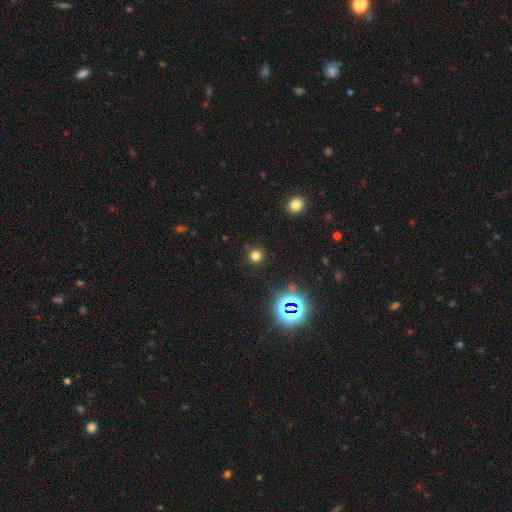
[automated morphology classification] type=smooth (70%); roundness=round (93%); merging=none (88%).